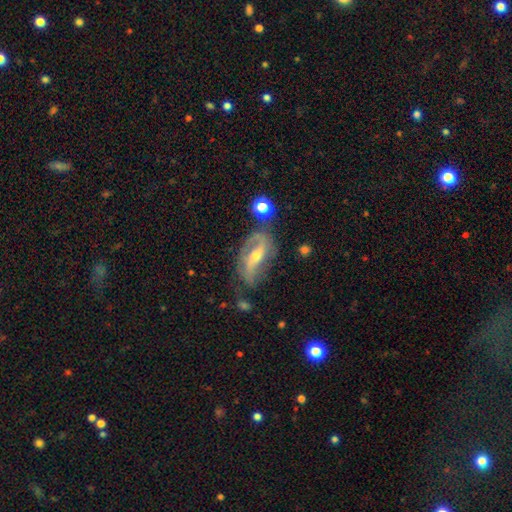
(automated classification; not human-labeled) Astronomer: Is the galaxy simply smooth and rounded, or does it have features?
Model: featured or disk — 82%.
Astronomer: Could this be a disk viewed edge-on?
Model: no — 91%.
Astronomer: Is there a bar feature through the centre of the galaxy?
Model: strong — 46% (runner-up: weak, 34%).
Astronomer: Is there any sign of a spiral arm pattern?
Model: yes — 90%.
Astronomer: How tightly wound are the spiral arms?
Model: medium — 42% (runner-up: tight, 30%).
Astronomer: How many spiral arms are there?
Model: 2 — 79%.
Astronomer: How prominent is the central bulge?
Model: moderate — 53% (runner-up: small, 43%).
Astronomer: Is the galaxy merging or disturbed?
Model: none — 66%.